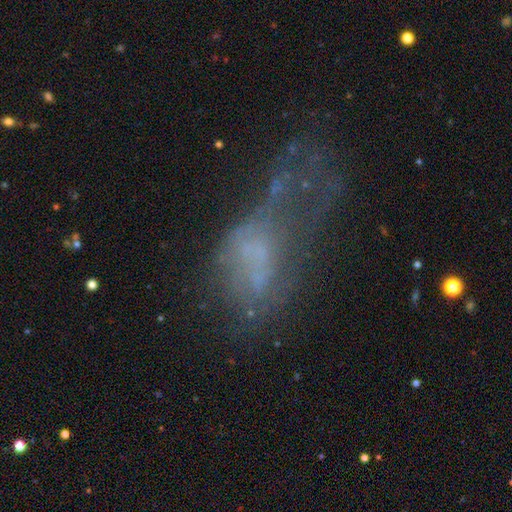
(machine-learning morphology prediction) smooth-or-featured: featured or disk: 42% | smooth: 35% | star or artifact: 23%
  merging: major disturbance: 50% | none: 19% | minor disturbance: 16% | merger: 15%